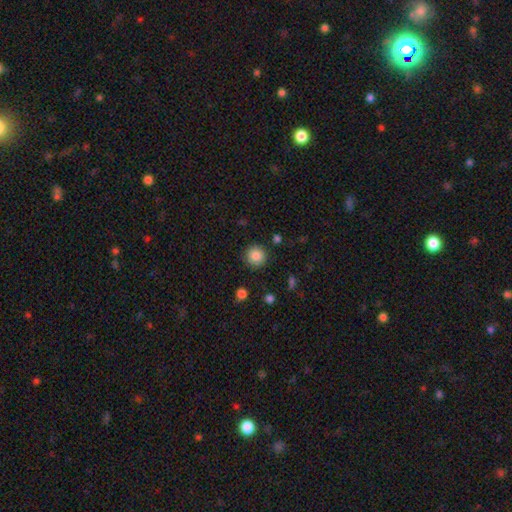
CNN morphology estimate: smooth-or-featured: smooth: 87% | star or artifact: 10% | featured or disk: 4%
  how-rounded: round: 93% | in between: 6% | cigar-shaped: 1%
  merging: none: 88% | minor disturbance: 7% | major disturbance: 3% | merger: 2%